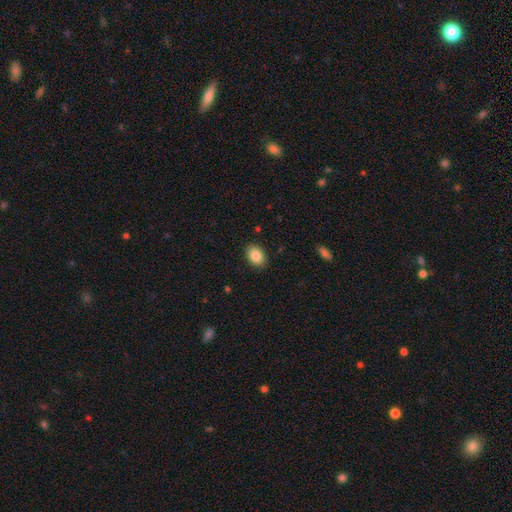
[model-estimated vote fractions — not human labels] Smooth or featured?
  - smooth: 86% *
  - star or artifact: 8%
  - featured or disk: 6%
How rounded?
  - in between: 79% *
  - round: 20%
  - cigar-shaped: 1%
Merging?
  - none: 88% *
  - minor disturbance: 8%
  - major disturbance: 2%
  - merger: 1%